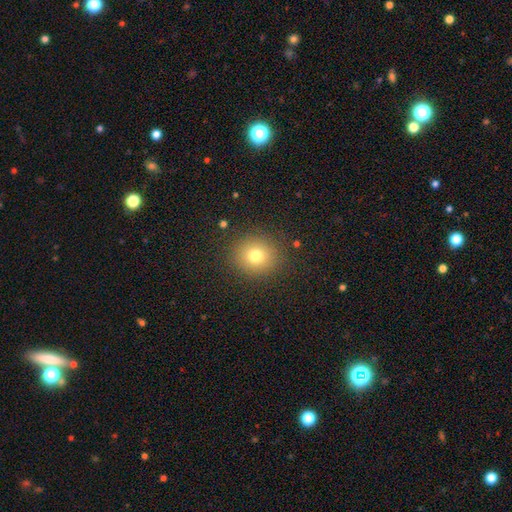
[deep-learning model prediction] Smooth or featured: smooth — 75% (star or artifact — 15%)
How rounded: round — 86% (in between — 13%)
Merging: none — 88% (minor disturbance — 7%)